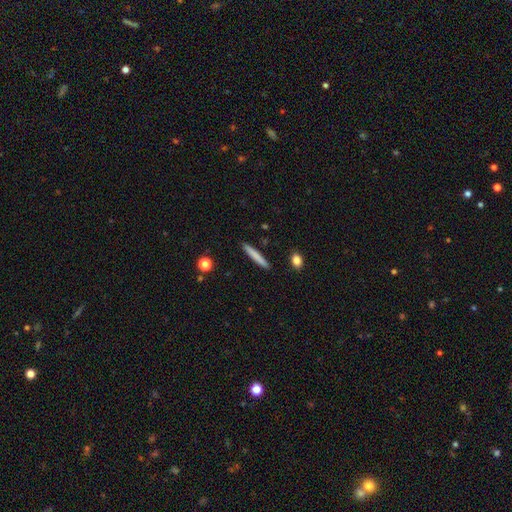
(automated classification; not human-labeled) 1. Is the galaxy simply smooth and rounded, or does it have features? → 77% smooth, 17% featured or disk, 6% star or artifact.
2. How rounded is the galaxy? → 95% cigar-shaped, 4% in between, 1% round.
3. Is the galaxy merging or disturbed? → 91% none, 6% minor disturbance, 1% merger, 1% major disturbance.